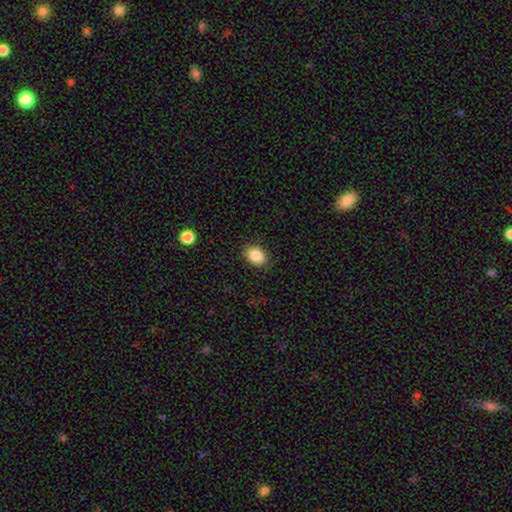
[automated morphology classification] Smooth or featured?
  - smooth: 87% *
  - star or artifact: 9%
  - featured or disk: 4%
How rounded?
  - in between: 68% *
  - round: 31%
  - cigar-shaped: 1%
Merging?
  - none: 88% *
  - minor disturbance: 9%
  - major disturbance: 2%
  - merger: 1%